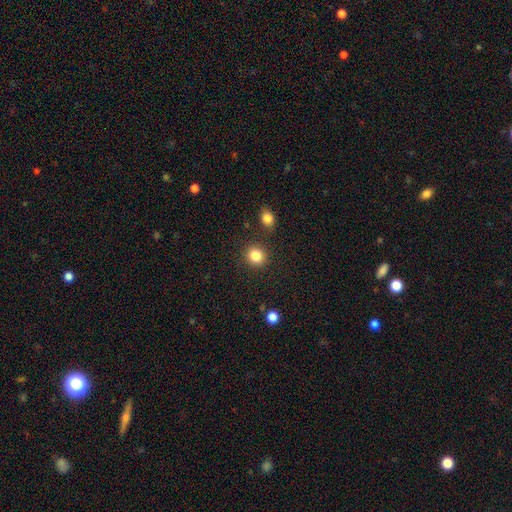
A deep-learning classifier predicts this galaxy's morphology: smooth_or_featured: smooth (p=0.85) [alt: star or artifact p=0.11]
how_rounded: round (p=0.85) [alt: in between p=0.14]
merging: none (p=0.87) [alt: minor disturbance p=0.07]